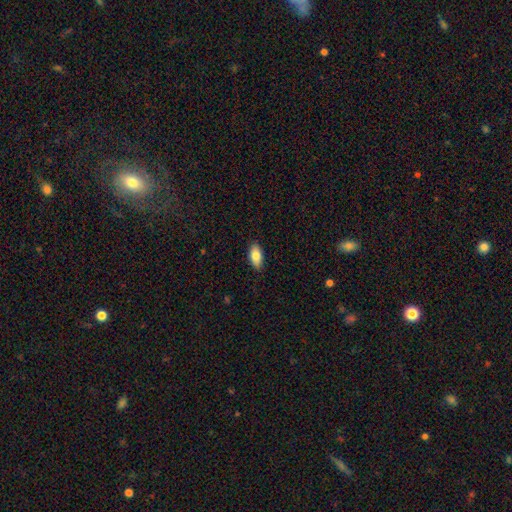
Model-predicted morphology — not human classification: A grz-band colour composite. It shows a smooth galaxy with no disk features (83%) that is in between round and cigar-shaped (90%). Merging: none (88%).